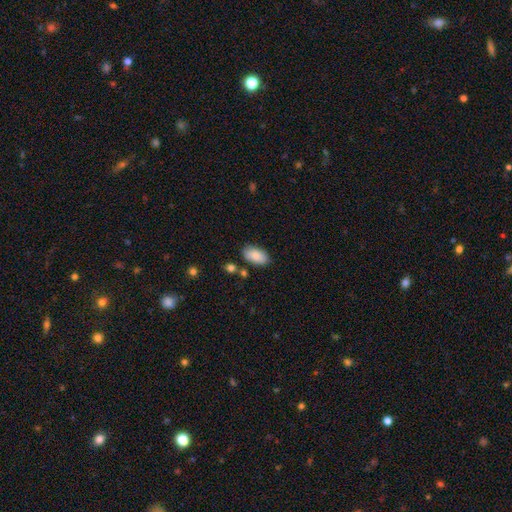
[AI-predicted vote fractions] smooth_or_featured: smooth (p=0.85) [alt: featured or disk p=0.09]
how_rounded: in between (p=0.94) [alt: round p=0.04]
merging: none (p=0.80) [alt: minor disturbance p=0.13]